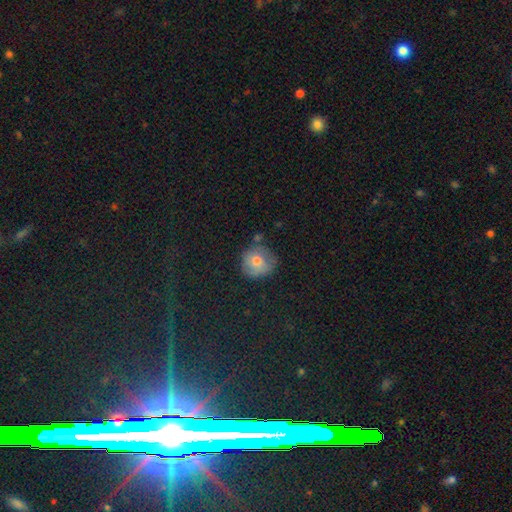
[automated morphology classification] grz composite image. It shows a smooth galaxy with no disk features (62%) that is round (91%). Merging: none (71%).